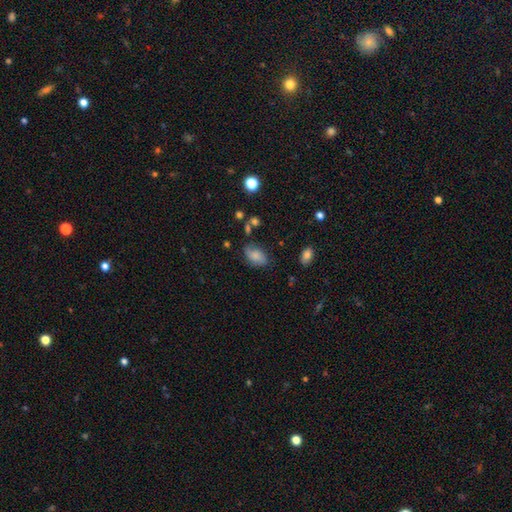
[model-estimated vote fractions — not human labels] Morphology: type=smooth (71%); roundness=in between (89%); merging=none (63%).